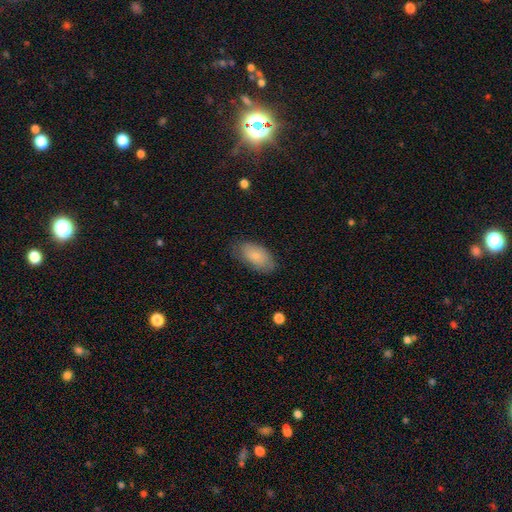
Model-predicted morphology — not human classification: Overall: smooth (83%). How rounded: in between (94%). Merging: none (77%).